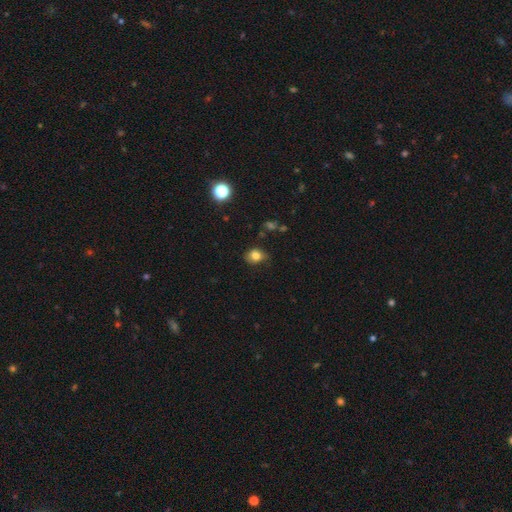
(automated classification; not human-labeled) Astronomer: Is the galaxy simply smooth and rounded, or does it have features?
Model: smooth — 79%.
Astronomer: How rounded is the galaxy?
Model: in between — 51% (runner-up: round, 48%).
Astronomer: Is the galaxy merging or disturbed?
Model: none — 69%.